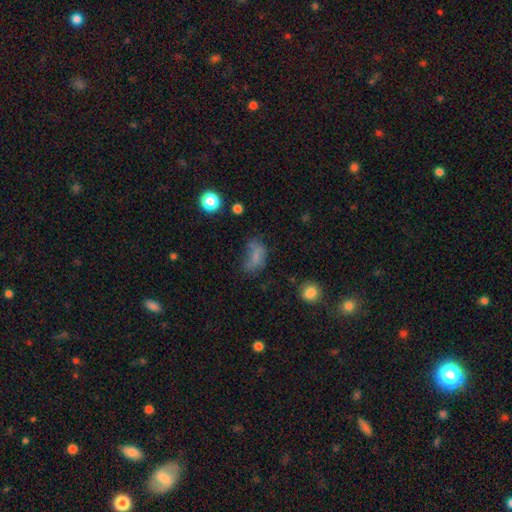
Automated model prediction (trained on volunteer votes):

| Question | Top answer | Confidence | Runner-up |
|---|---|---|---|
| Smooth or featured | smooth | 62% | featured or disk (21%) |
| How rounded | in between | 82% | round (14%) |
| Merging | none | 36% | major disturbance (29%) |